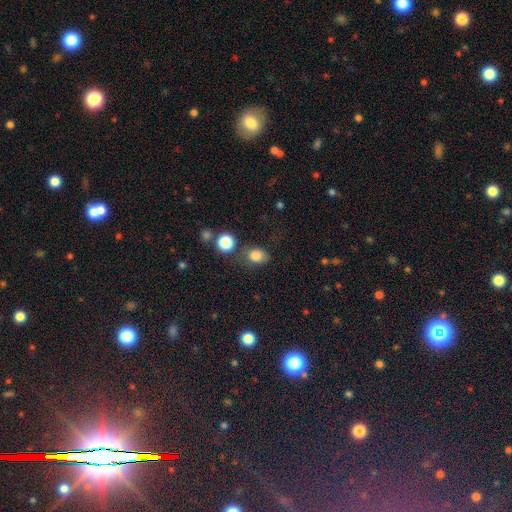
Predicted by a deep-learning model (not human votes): A smooth galaxy with no disk features (82%) that is in between round and cigar-shaped (52%). Merging: none (65%).